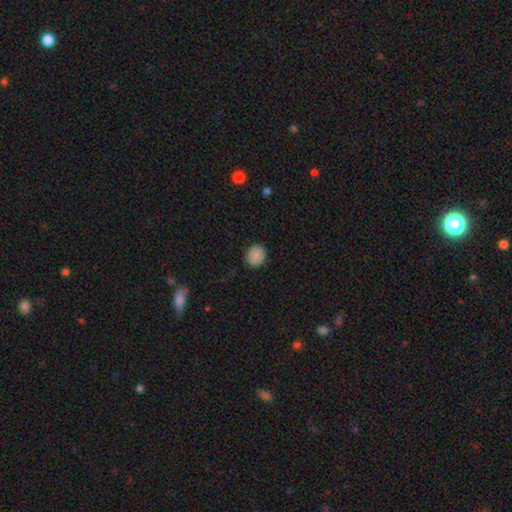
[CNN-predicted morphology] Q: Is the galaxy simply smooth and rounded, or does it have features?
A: smooth — 88%.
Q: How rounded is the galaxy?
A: round — 76%.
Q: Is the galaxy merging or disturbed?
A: none — 89%.